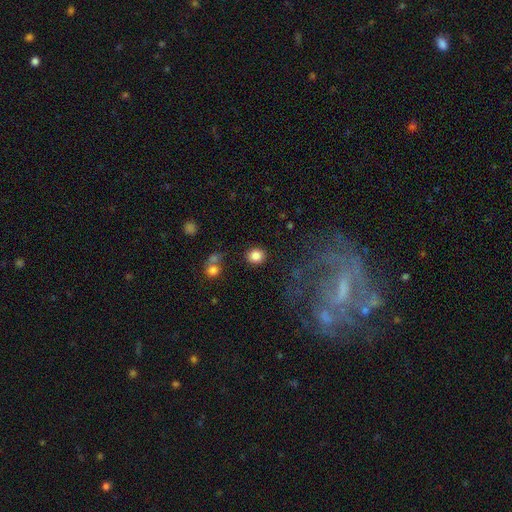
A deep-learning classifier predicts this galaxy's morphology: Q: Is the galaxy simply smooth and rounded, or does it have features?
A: smooth — 84%.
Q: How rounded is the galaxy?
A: round — 80%.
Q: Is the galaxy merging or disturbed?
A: none — 85%.